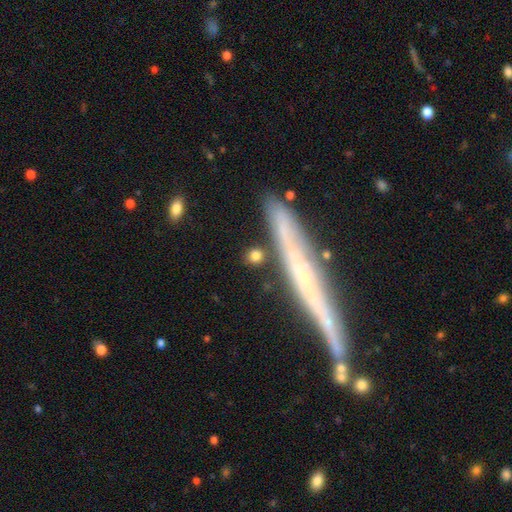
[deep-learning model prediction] The model was most divided on "how rounded": round: 65%, in between: 19%, cigar-shaped: 15%. More confident: merging — none (83%); smooth or featured — smooth (78%).